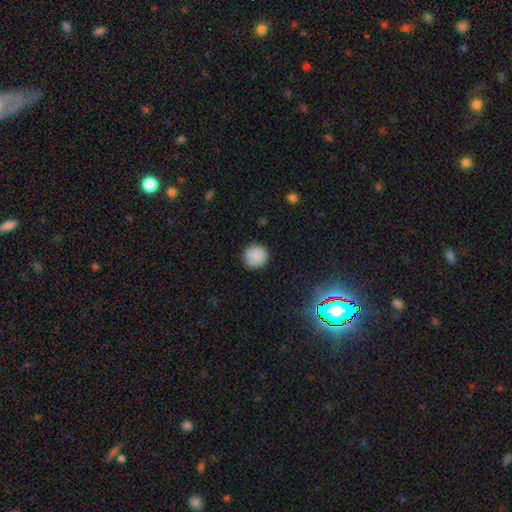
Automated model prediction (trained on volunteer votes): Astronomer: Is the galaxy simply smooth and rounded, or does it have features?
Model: smooth — 85%.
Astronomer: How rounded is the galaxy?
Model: round — 93%.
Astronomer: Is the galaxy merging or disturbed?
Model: none — 84%.